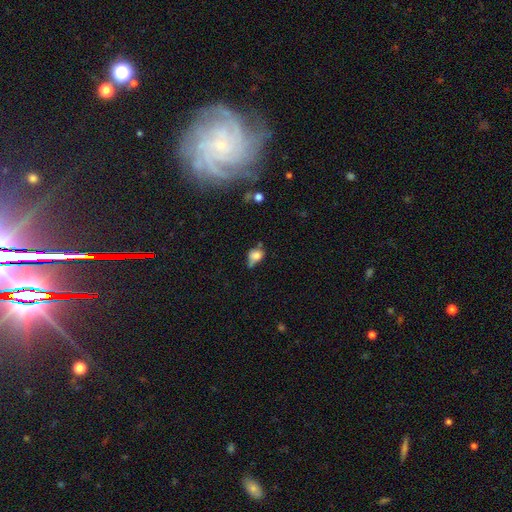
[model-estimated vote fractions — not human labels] Smooth or featured: smooth — 74% (featured or disk — 14%)
How rounded: in between — 52% (round — 46%)
Merging: minor disturbance — 32% (tied with none — 32%)